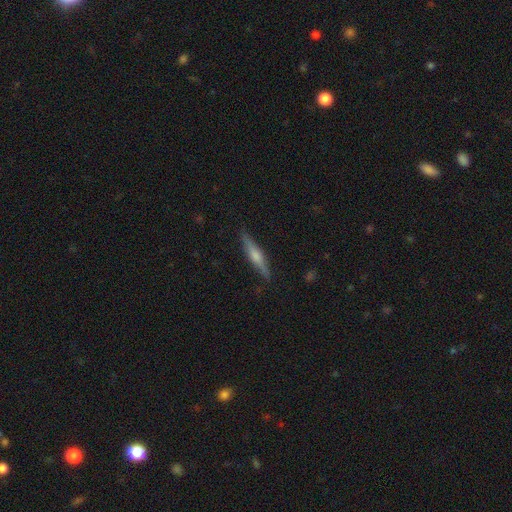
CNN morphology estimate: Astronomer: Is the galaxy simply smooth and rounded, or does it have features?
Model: featured or disk — 61%.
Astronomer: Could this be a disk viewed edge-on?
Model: yes — 97%.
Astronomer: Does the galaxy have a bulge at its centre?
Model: rounded — 81%.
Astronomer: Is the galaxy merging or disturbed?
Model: none — 88%.